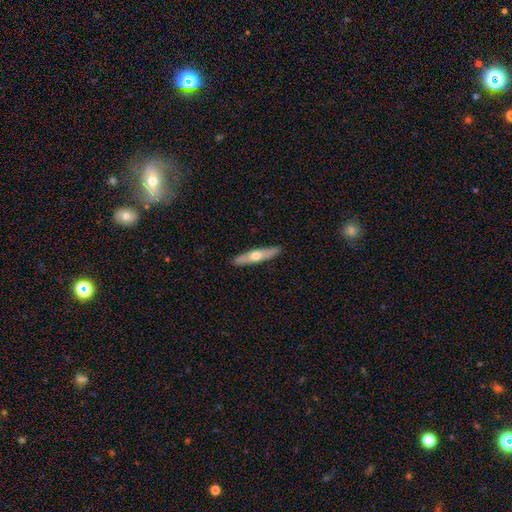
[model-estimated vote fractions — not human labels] The model was most divided on "smooth or featured": featured or disk: 49%, smooth: 46%, star or artifact: 5%. More confident: merging — none (90%).